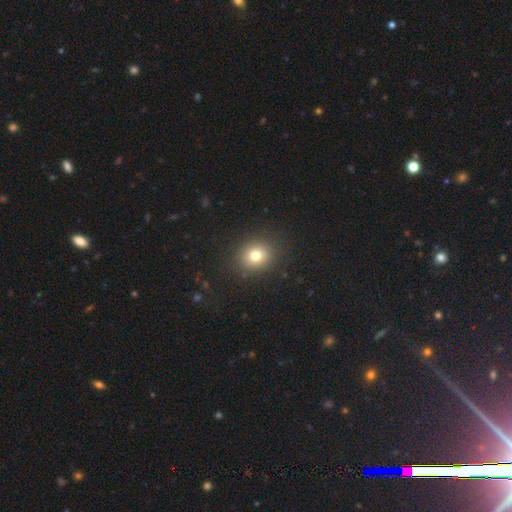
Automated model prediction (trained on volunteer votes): Smooth or featured: smooth — 78% (star or artifact — 13%)
How rounded: round — 73% (in between — 26%)
Merging: none — 88% (minor disturbance — 8%)